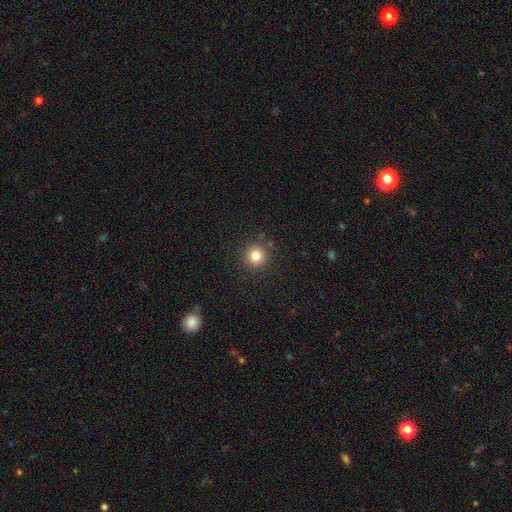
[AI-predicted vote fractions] A smooth galaxy with no disk features (83%) that is round (94%). Merging: none (88%).